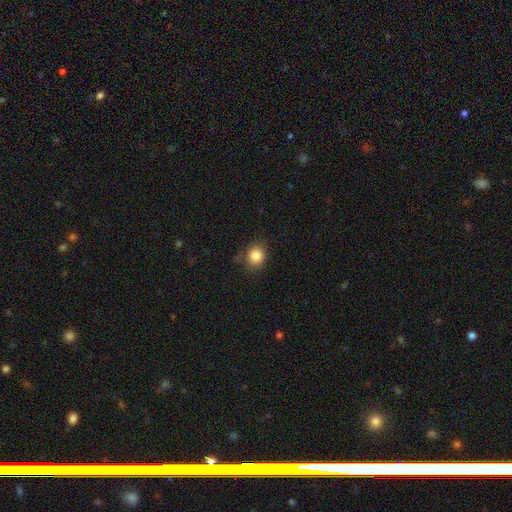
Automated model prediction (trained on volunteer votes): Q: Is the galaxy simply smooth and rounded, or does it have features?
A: smooth — 85%.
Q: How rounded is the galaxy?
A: round — 82%.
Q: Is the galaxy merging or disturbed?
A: none — 75%.